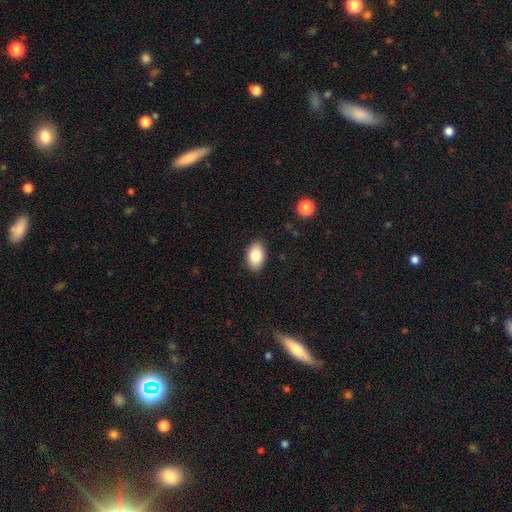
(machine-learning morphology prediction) smooth 83%, featured or disk 9%, star or artifact 7%. Down the decision tree: how rounded — in between (89%); merging — none (88%).